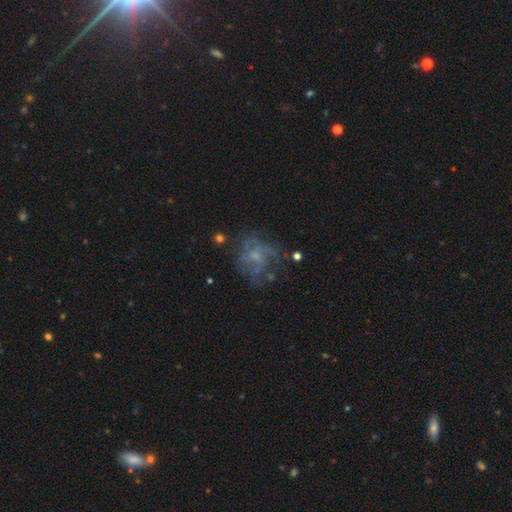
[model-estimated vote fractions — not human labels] Smooth or featured? Predicted: featured or disk (p=0.65). Edge-on disk? Predicted: no (p=0.98). Bar? Predicted: no (p=0.75). Spiral arms? Predicted: yes (p=0.61). Bulge size? Predicted: small (p=0.51). Merging? Predicted: none (p=0.50).